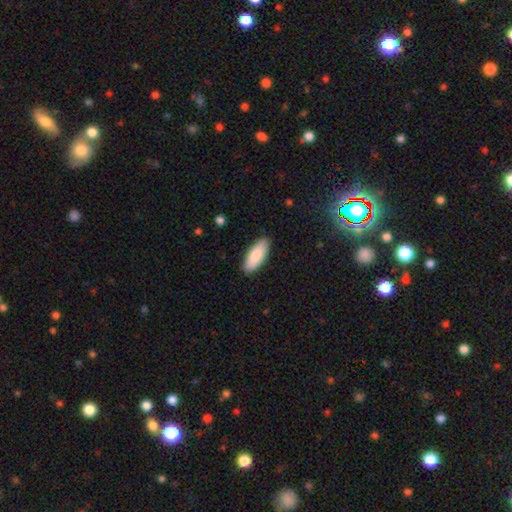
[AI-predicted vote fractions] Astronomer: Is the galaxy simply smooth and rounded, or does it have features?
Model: smooth — 85%.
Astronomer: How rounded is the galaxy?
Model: in between — 78%.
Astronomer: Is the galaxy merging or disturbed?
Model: none — 88%.